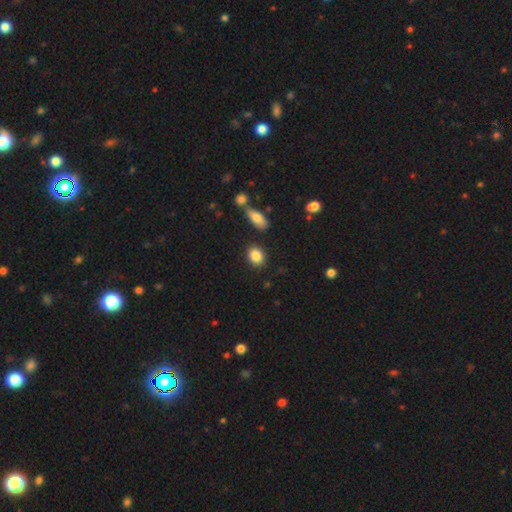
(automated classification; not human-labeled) Smooth or featured: smooth — 86% (star or artifact — 8%)
How rounded: round — 54% (in between — 44%)
Merging: none — 83% (minor disturbance — 10%)